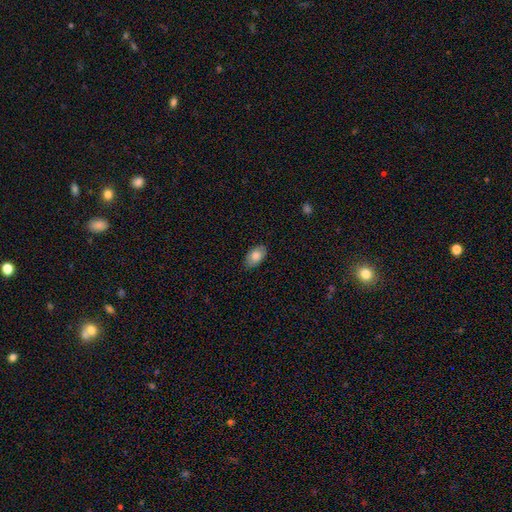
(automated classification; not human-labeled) A smooth galaxy with no disk features (82%) that is in between round and cigar-shaped (93%).

Vote fractions:
- Smooth or featured? smooth: 82% / featured or disk: 11% / star or artifact: 6%
- How rounded? in between: 93% / round: 5% / cigar-shaped: 2%
- Merging? none: 86% / minor disturbance: 11% / major disturbance: 2% / merger: 1%